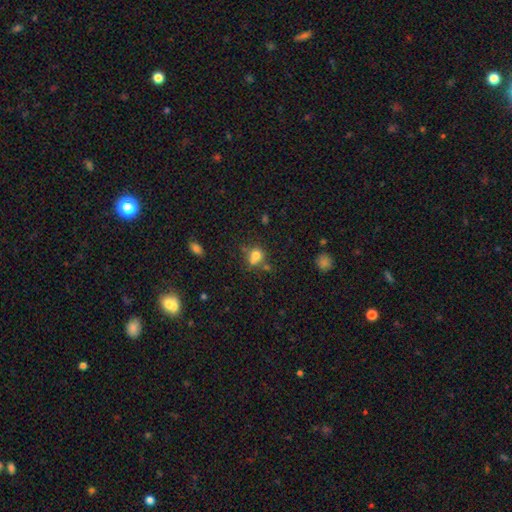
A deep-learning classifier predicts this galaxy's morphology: Smooth or featured? Predicted: smooth (p=0.71). How rounded? Predicted: round (p=0.72). Merging? Predicted: none (p=0.43).